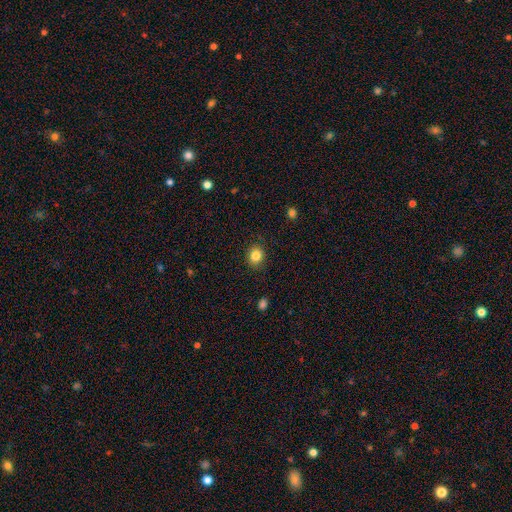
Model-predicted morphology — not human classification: Smooth or featured? smooth (84%)
How rounded? round (75%)
Merging? none (88%)